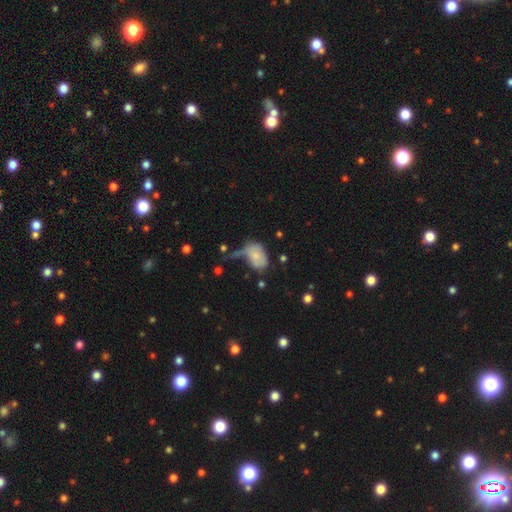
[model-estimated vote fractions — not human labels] smooth-or-featured: smooth: 71% | featured or disk: 21% | star or artifact: 8%
  how-rounded: in between: 84% | round: 14% | cigar-shaped: 1%
  merging: minor disturbance: 31% | none: 28% | major disturbance: 27% | merger: 14%